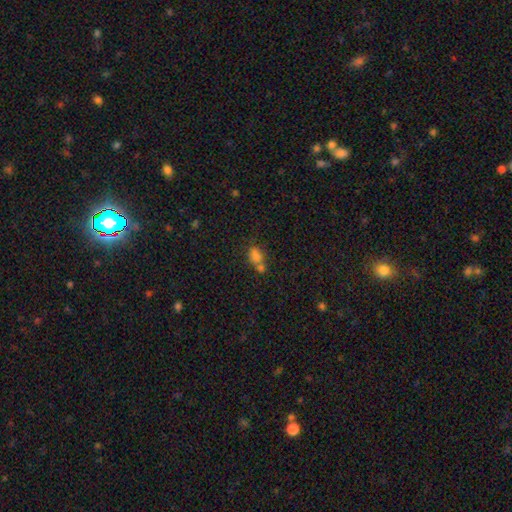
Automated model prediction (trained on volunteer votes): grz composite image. It shows a smooth galaxy with no disk features (71%) that is in between round and cigar-shaped (70%). Merging: merger (51%).